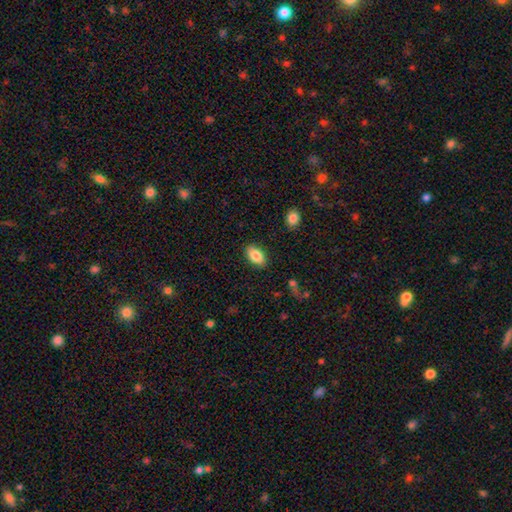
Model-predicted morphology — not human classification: smooth 83%, featured or disk 9%, star or artifact 7%. Down the decision tree: how rounded — in between (91%); merging — none (87%).